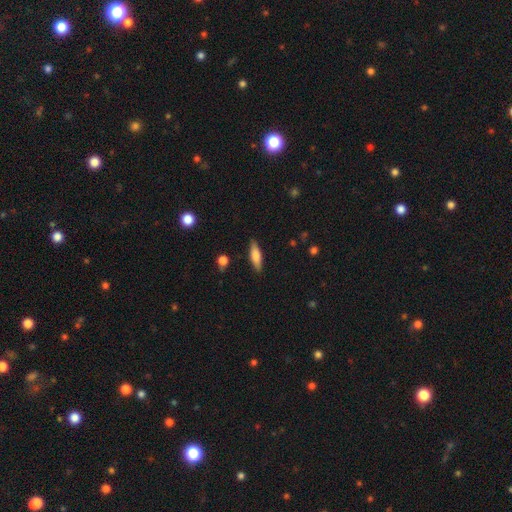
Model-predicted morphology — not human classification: Smooth or featured: smooth — 69% (featured or disk — 24%)
How rounded: cigar-shaped — 59% (in between — 39%)
Merging: none — 87% (minor disturbance — 10%)